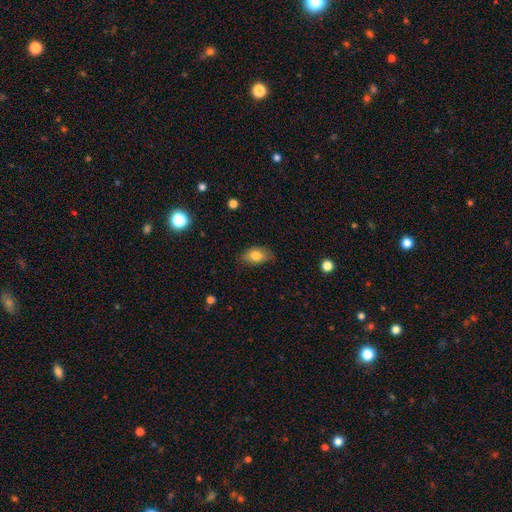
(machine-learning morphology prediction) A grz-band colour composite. It shows a smooth galaxy with no disk features (80%) that is in between round and cigar-shaped (89%). Merging: none (78%).